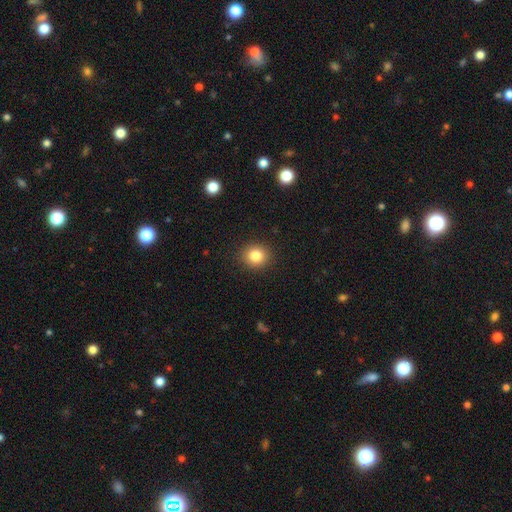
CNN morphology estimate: smooth-or-featured: smooth: 84% | star or artifact: 11% | featured or disk: 6%
  how-rounded: round: 84% | in between: 15% | cigar-shaped: 1%
  merging: none: 91% | minor disturbance: 6% | major disturbance: 2% | merger: 1%